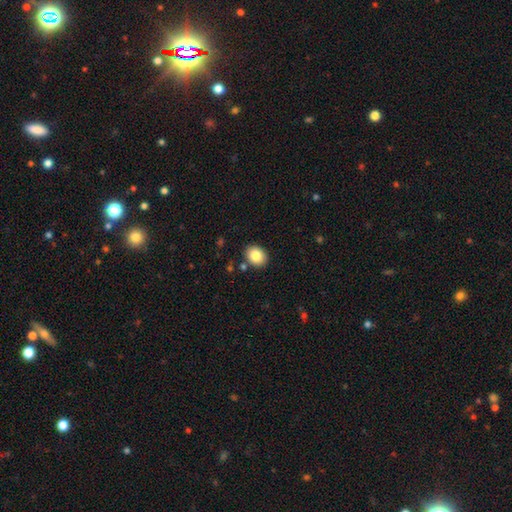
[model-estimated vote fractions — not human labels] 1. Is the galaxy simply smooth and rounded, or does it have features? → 84% smooth, 9% star or artifact, 7% featured or disk.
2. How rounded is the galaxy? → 53% in between, 47% round, 1% cigar-shaped.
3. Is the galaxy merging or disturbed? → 88% none, 8% minor disturbance, 3% merger, 2% major disturbance.